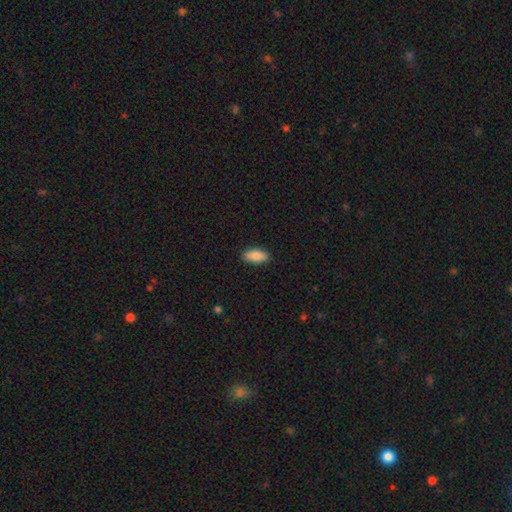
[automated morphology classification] Smooth or featured? smooth (88%)
How rounded? in between (90%)
Merging? none (89%)